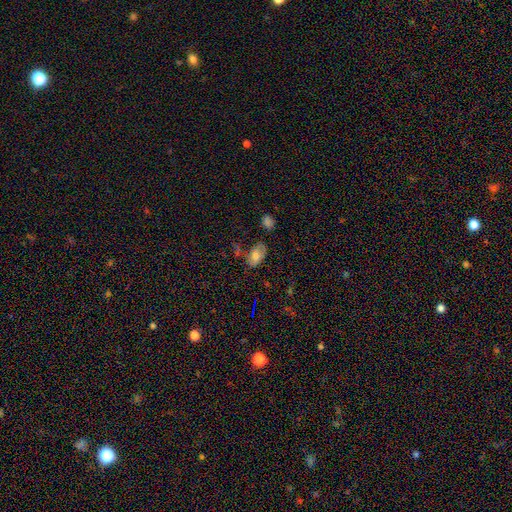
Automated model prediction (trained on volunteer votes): smooth 64%, featured or disk 25%, star or artifact 11%. Down the decision tree: how rounded — in between (90%); merging — none (59%).